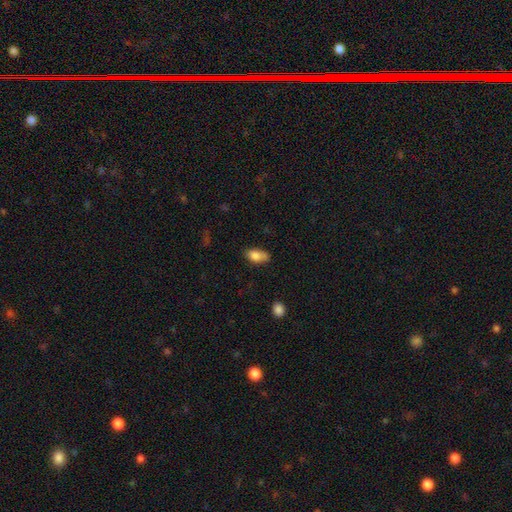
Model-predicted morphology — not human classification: Smooth or featured? Predicted: smooth (p=0.82). How rounded? Predicted: in between (p=0.90). Merging? Predicted: none (p=0.62).